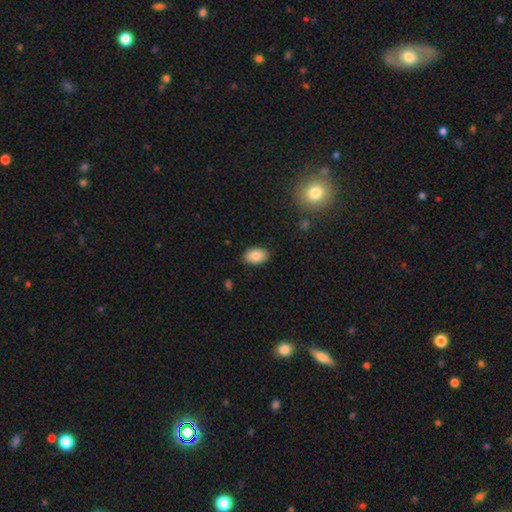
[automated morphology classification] type=smooth (85%); roundness=in between (88%); merging=none (87%).